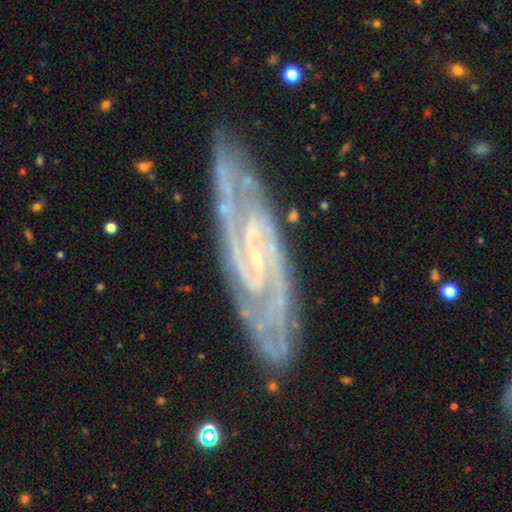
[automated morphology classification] Overall: featured or disk (91%). Edge-on disk: no (89%). Bar: no (48%; weak 36%). Spiral arms: yes (98%). Spiral arm count: 2 (51%; 3 16%). Spiral winding: tight (60%; medium 34%). Bulge size: small (84%). Merging: none (80%).